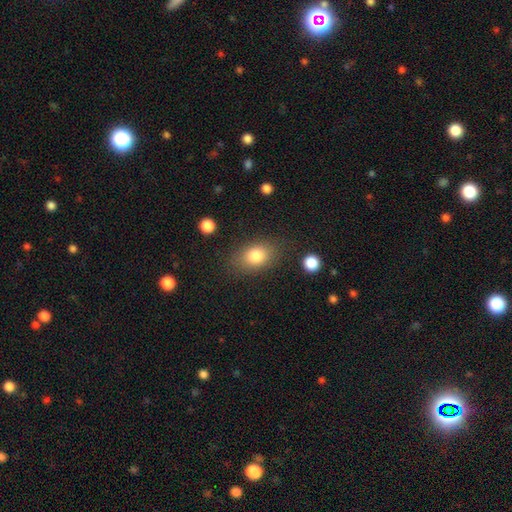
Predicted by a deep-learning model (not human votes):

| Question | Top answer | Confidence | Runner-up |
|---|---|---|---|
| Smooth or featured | smooth | 82% | featured or disk (9%) |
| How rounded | in between | 75% | round (23%) |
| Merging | none | 79% | minor disturbance (13%) |